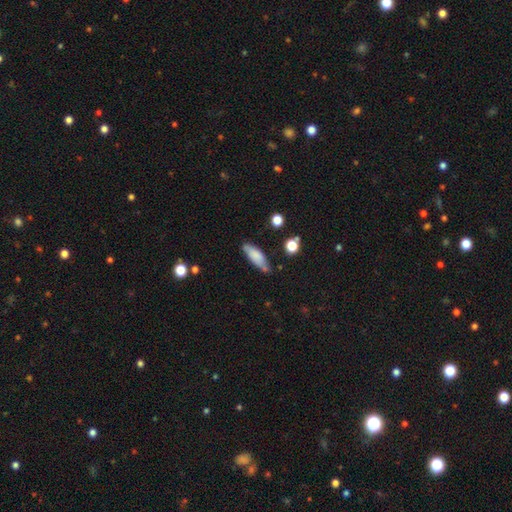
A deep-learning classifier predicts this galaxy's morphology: Overall: smooth (76%). How rounded: in between (57%; cigar-shaped 41%). Merging: none (64%; minor disturbance 25%).